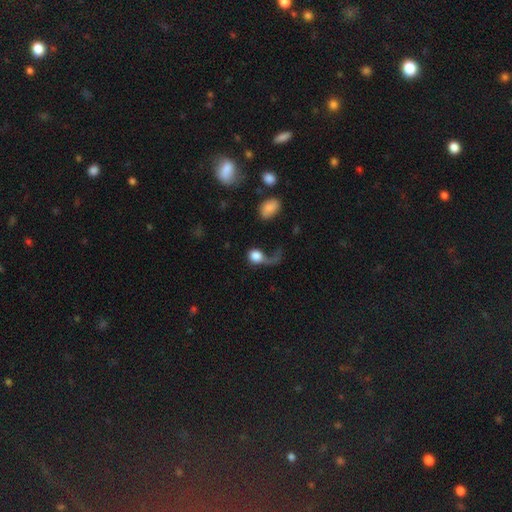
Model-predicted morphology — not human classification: The model was most divided on "how rounded": round: 68%, in between: 30%, cigar-shaped: 2%. More confident: smooth or featured — smooth (67%); merging — major disturbance (59%).